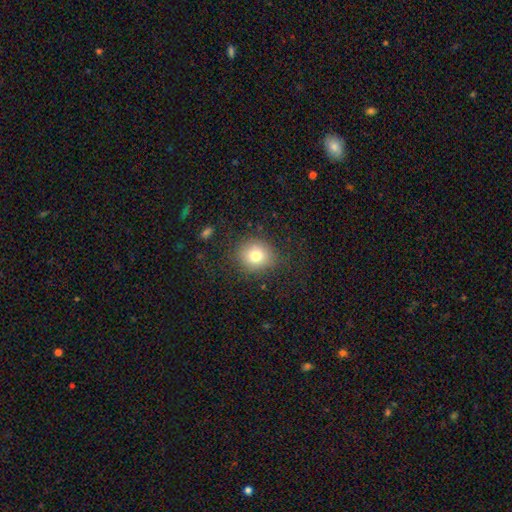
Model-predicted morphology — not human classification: The model was most divided on "how rounded": round: 78%, in between: 21%, cigar-shaped: 1%. More confident: merging — none (81%); smooth or featured — smooth (76%).